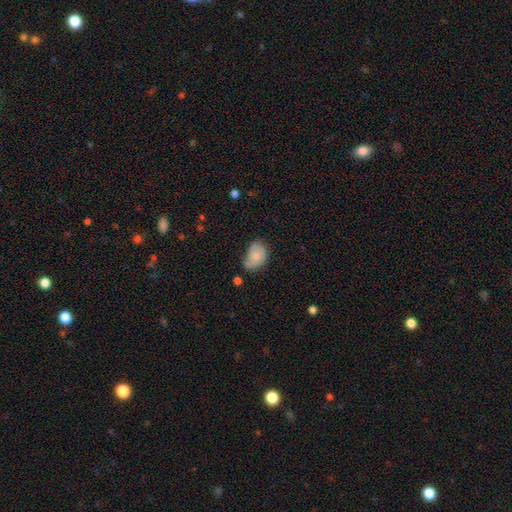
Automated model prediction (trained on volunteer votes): The model was most divided on "merging": none: 41%, minor disturbance: 38%, major disturbance: 16%, merger: 5%. More confident: how rounded — in between (75%); smooth or featured — smooth (65%).